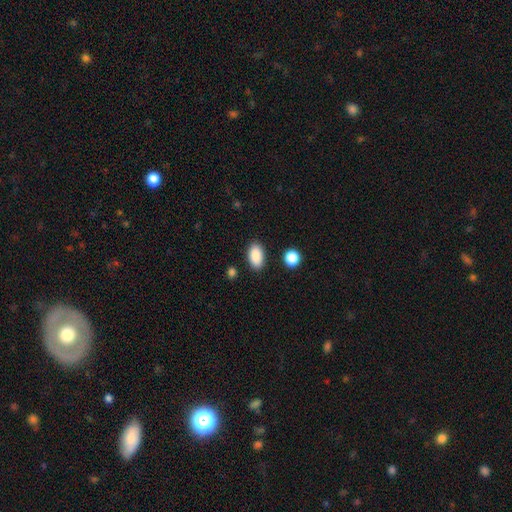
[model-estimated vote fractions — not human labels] Smooth or featured? smooth (89%)
How rounded? in between (92%)
Merging? none (87%)